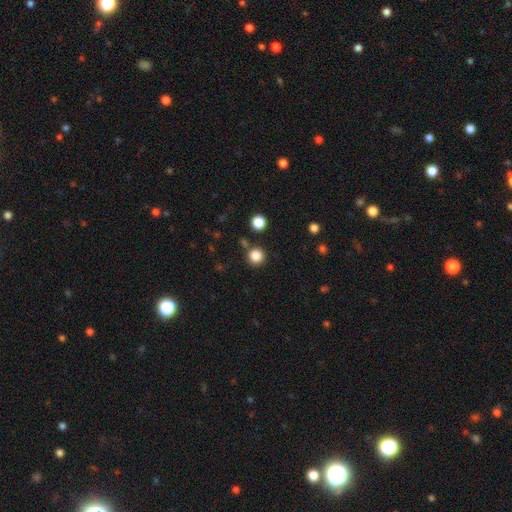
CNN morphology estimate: This is clearly a smooth galaxy (85%). How rounded: clearly round (94%). Merging: clearly none (84%).